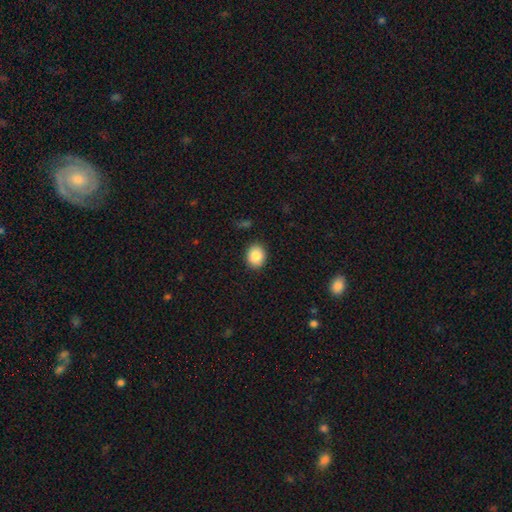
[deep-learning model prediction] This is clearly a smooth galaxy (86%). How rounded: likely round (62%). Merging: clearly none (89%).